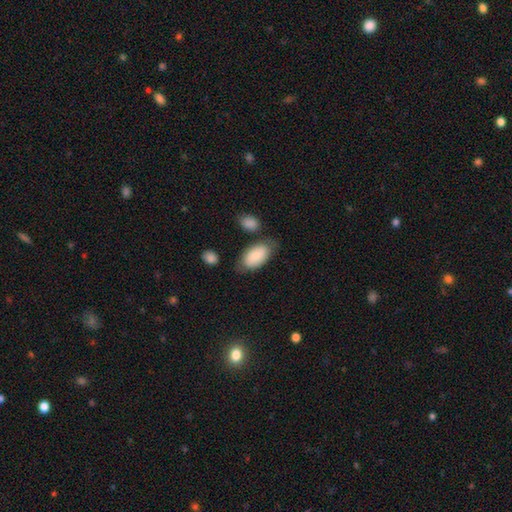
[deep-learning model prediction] smooth-or-featured: smooth: 81% | featured or disk: 13% | star or artifact: 6%
  how-rounded: in between: 94% | round: 3% | cigar-shaped: 2%
  merging: none: 62% | minor disturbance: 21% | merger: 10% | major disturbance: 7%